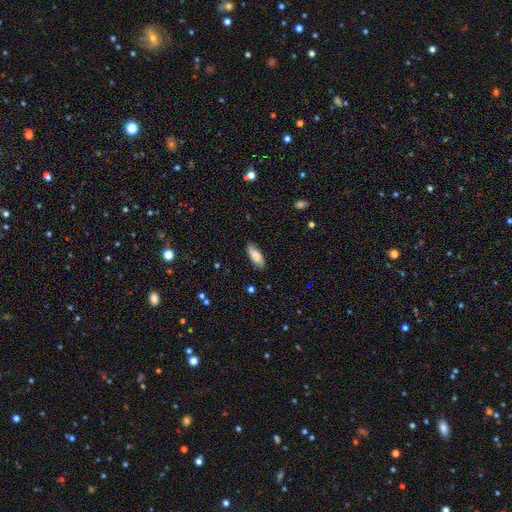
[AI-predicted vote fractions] Smooth or featured? Predicted: smooth (p=0.73). How rounded? Predicted: in between (p=0.79). Merging? Predicted: none (p=0.78).